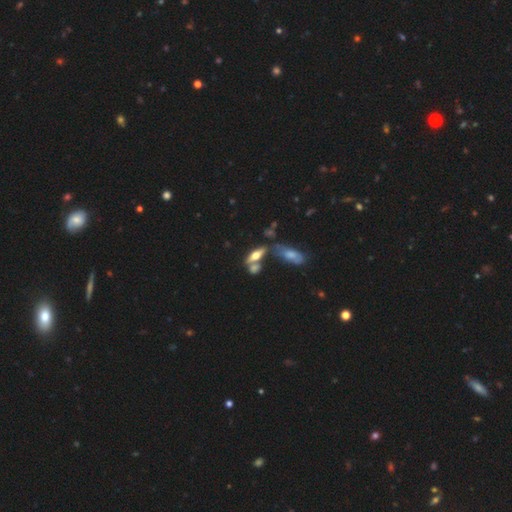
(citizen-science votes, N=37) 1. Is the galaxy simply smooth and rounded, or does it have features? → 62% featured or disk, 32% smooth, 5% star or artifact.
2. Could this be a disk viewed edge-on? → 100% yes, 0% no.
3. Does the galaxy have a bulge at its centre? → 91% rounded, 4% boxy, 4% none.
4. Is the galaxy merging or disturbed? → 54% none, 26% merger, 11% minor disturbance, 9% major disturbance.